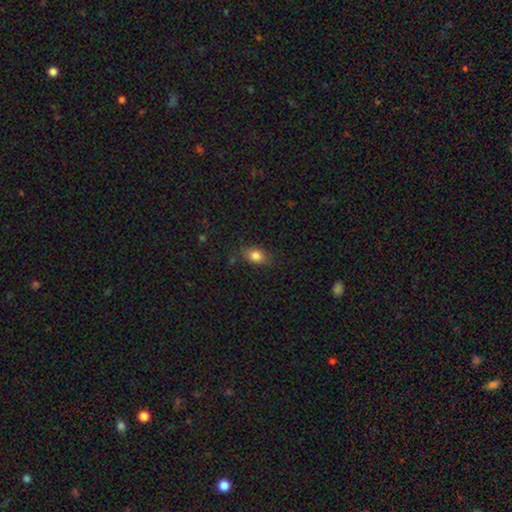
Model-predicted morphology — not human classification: Q: Smooth or featured?
A: smooth (83%); runner-up: star or artifact (9%)
Q: How rounded?
A: in between (75%); runner-up: round (22%)
Q: Merging?
A: none (79%); runner-up: minor disturbance (16%)